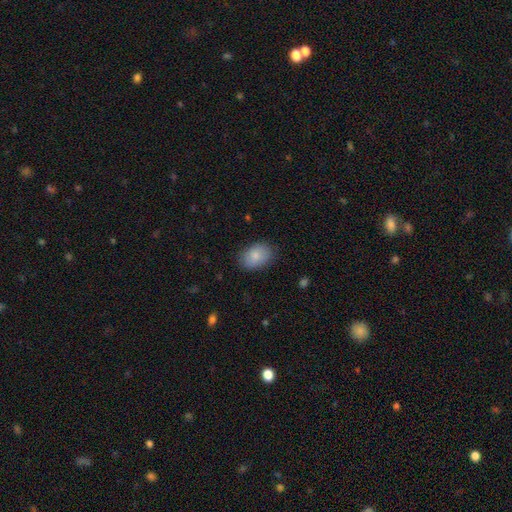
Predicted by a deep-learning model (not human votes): Smooth or featured?
  - smooth: 84% *
  - featured or disk: 9%
  - star or artifact: 7%
How rounded?
  - in between: 82% *
  - round: 17%
  - cigar-shaped: 1%
Merging?
  - none: 83% *
  - minor disturbance: 13%
  - major disturbance: 3%
  - merger: 1%